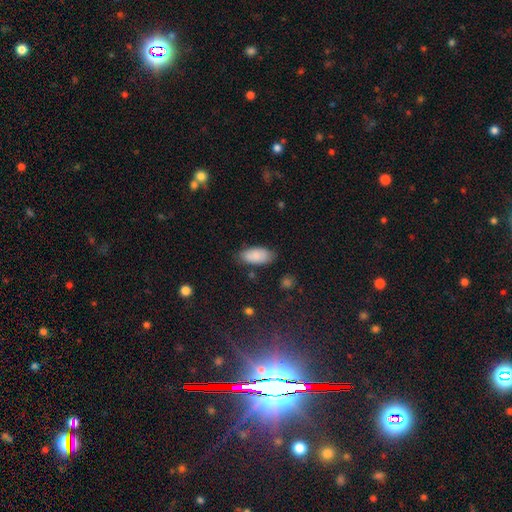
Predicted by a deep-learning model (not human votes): The model was most divided on "merging": none: 78%, minor disturbance: 16%, major disturbance: 3%, merger: 2%. More confident: how rounded — in between (92%); smooth or featured — smooth (87%).